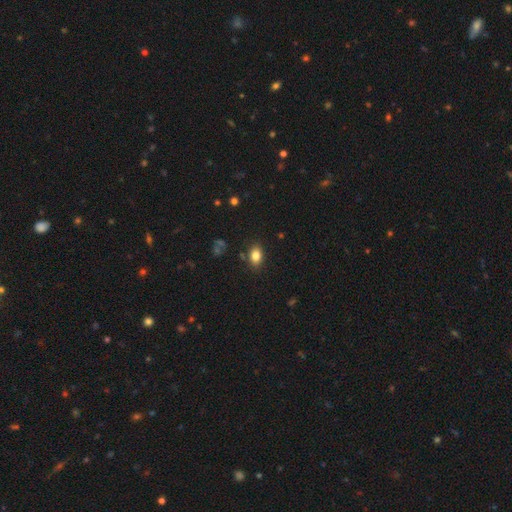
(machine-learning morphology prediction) Smooth or featured?
  - smooth: 83% *
  - star or artifact: 10%
  - featured or disk: 7%
How rounded?
  - in between: 79% *
  - round: 19%
  - cigar-shaped: 2%
Merging?
  - none: 84% *
  - minor disturbance: 12%
  - major disturbance: 3%
  - merger: 2%